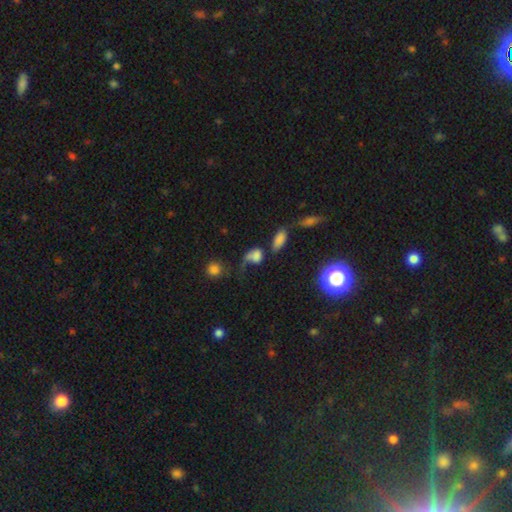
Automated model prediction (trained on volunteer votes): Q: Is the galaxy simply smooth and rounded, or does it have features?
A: smooth — 63%.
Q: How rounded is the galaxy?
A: in between — 61%.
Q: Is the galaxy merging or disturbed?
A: major disturbance — 37%.